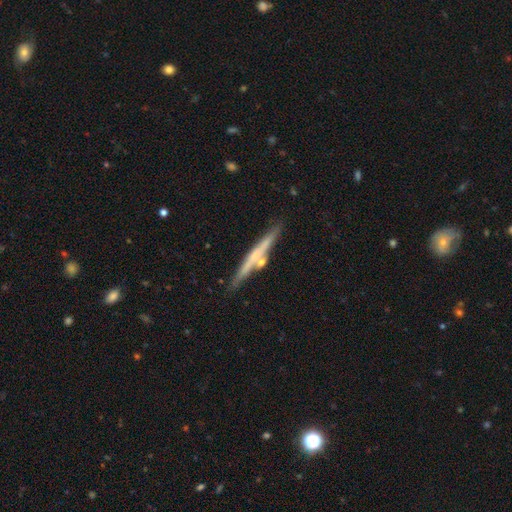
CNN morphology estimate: smooth-or-featured: featured or disk: 58% | smooth: 36% | star or artifact: 6%
  disk-edge-on: yes: 96% | no: 4%
    edge-on-bulge: none: 50% | rounded: 44% | boxy: 6%
  merging: none: 77% | minor disturbance: 11% | merger: 10% | major disturbance: 2%